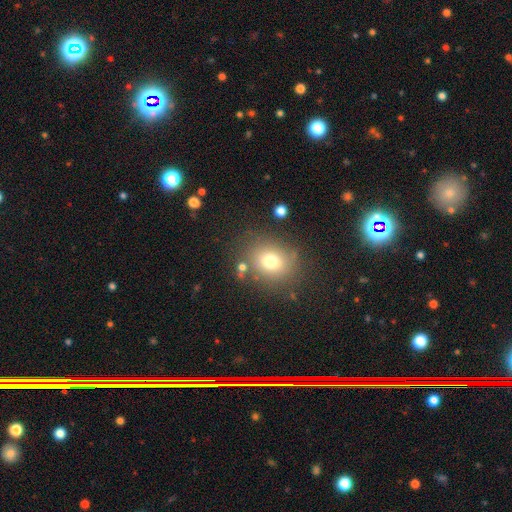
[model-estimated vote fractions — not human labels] smooth 55%, star or artifact 34%, featured or disk 11%. Down the decision tree: how rounded — round (72%); merging — none (87%).